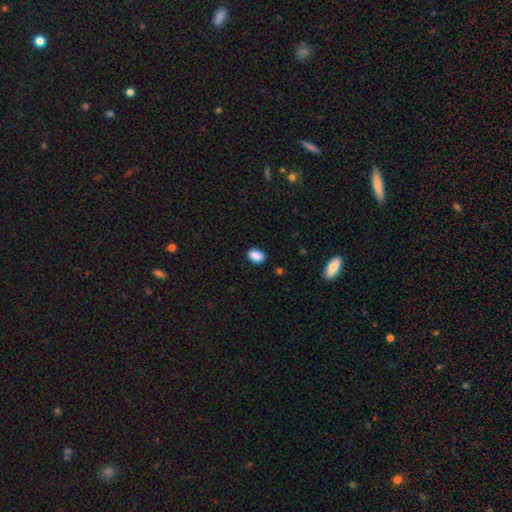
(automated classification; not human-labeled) Smooth or featured: smooth — 89% (star or artifact — 8%)
How rounded: in between — 88% (round — 10%)
Merging: none — 86% (minor disturbance — 10%)